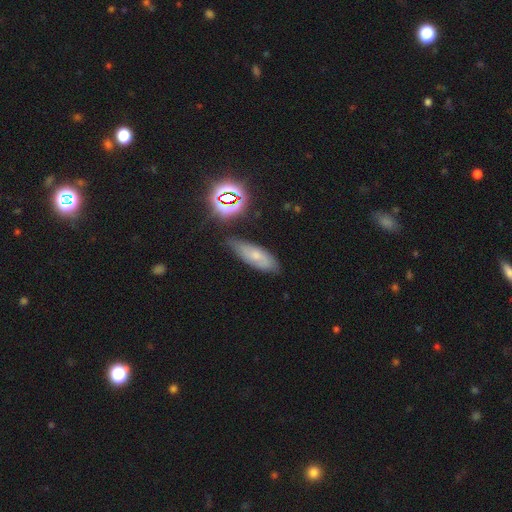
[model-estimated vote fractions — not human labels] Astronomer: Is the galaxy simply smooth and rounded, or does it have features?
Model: smooth — 50% (runner-up: featured or disk, 33%).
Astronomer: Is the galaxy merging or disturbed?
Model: none — 68%.